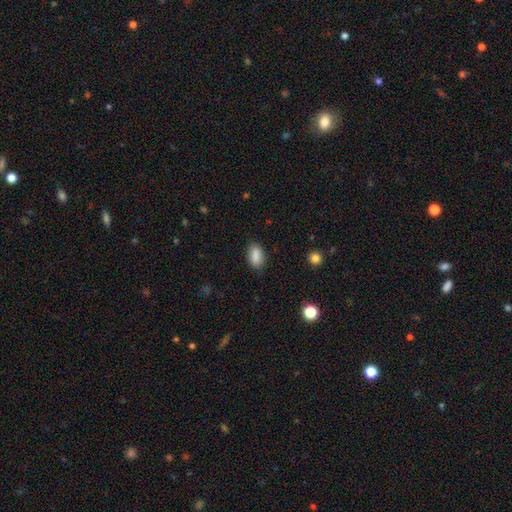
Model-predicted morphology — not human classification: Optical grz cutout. It shows a smooth galaxy with no disk features (88%) that is in between round and cigar-shaped (92%). Merging: none (85%).